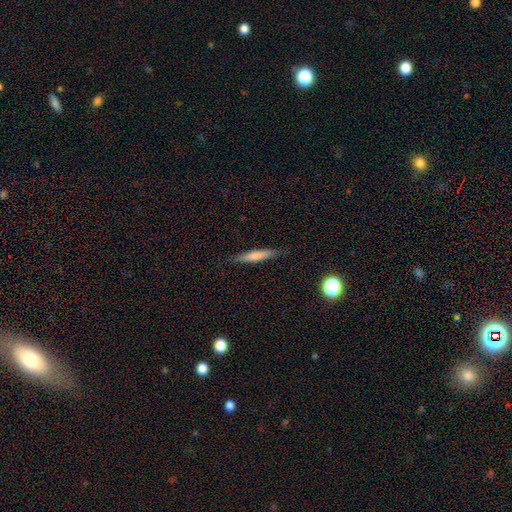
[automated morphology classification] Smooth or featured? Predicted: smooth (p=0.69). How rounded? Predicted: cigar-shaped (p=0.92). Merging? Predicted: none (p=0.85).